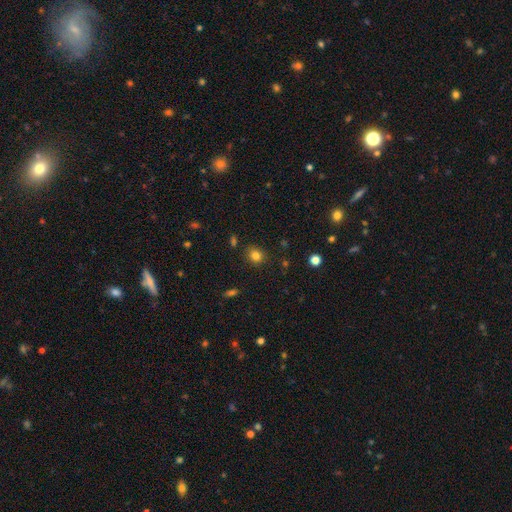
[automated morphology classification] type=smooth (81%); roundness=round (71%); merging=none (86%).